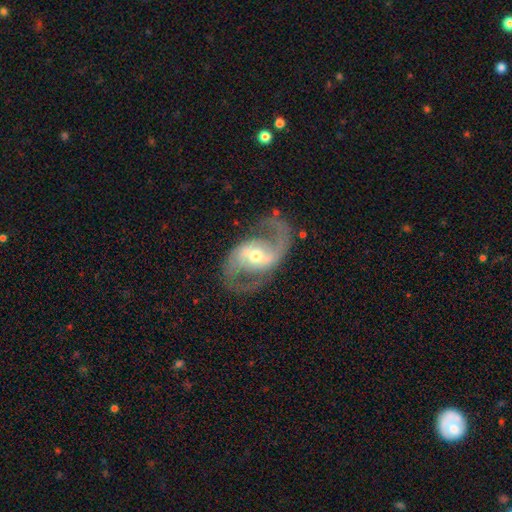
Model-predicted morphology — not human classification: Smooth or featured? featured or disk (88%)
Edge-on disk? no (96%)
Bar? weak (41%)
Spiral arms? yes (92%)
Spiral winding? medium (54%)
Spiral arm count? 2 (92%)
Bulge size? moderate (57%)
Merging? none (78%)